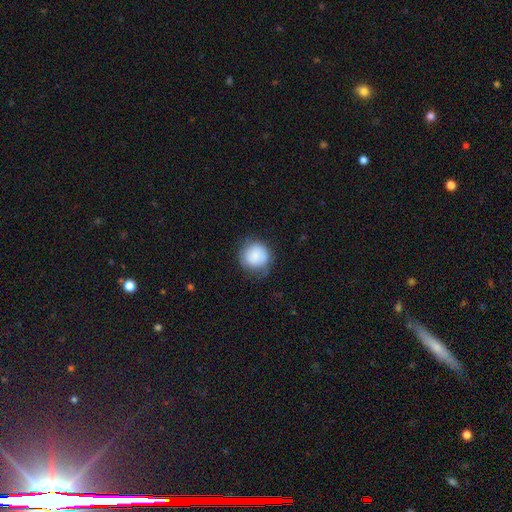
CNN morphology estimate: smooth_or_featured: smooth (p=0.79) [alt: featured or disk p=0.13]
how_rounded: round (p=0.90) [alt: in between p=0.09]
merging: none (p=0.70) [alt: minor disturbance p=0.22]